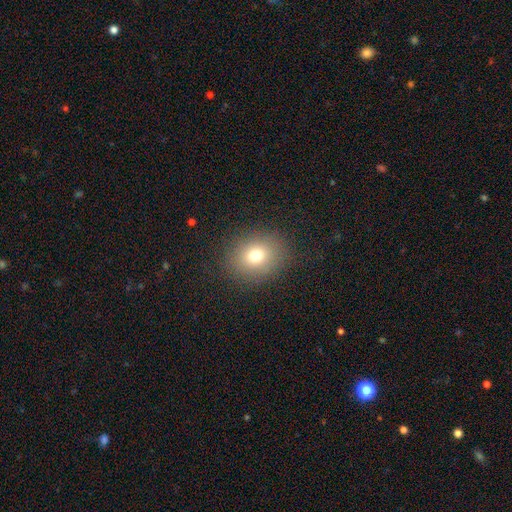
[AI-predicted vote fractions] This appears to be a smooth galaxy with no disk features (73%) that is round (67%). Merging: none (87%).